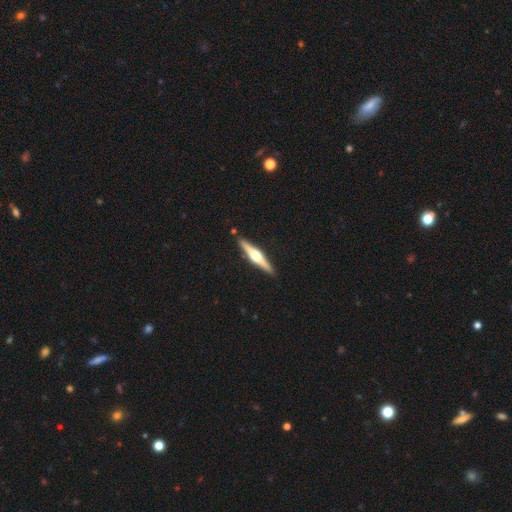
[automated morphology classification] This appears to be a featured or disk galaxy (75%) viewed edge-on (98%) with a rounded central bulge (95%). Merging: none (90%).